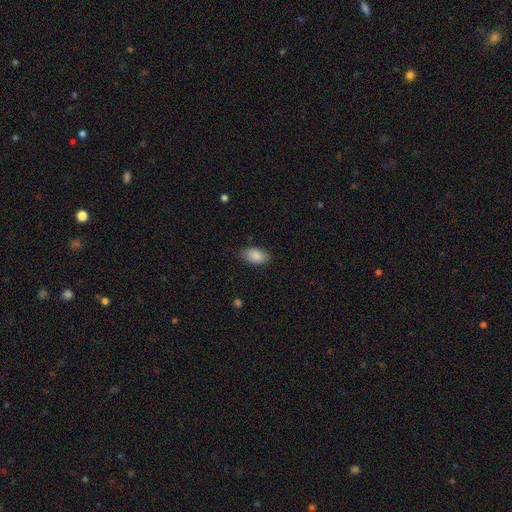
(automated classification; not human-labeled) Overall: smooth (88%). How rounded: in between (93%). Merging: none (84%).